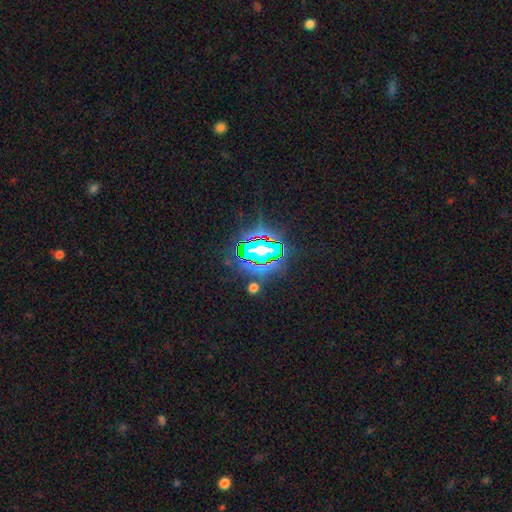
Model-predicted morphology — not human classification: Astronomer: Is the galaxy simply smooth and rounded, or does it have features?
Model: star or artifact — 83%.